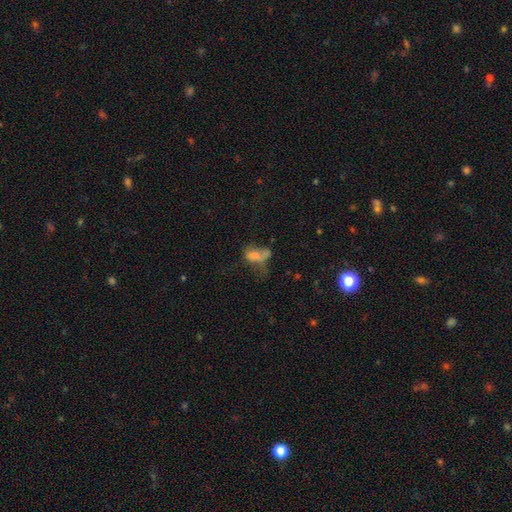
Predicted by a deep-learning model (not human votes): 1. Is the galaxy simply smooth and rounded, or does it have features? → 64% smooth, 21% featured or disk, 15% star or artifact.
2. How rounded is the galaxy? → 87% in between, 8% round, 5% cigar-shaped.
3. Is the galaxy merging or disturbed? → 42% major disturbance, 21% minor disturbance, 20% none, 18% merger.